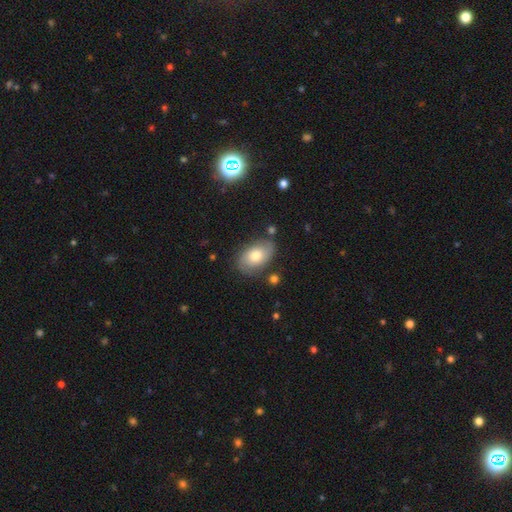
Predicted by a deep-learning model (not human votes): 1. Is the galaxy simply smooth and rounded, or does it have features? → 60% smooth, 33% featured or disk, 8% star or artifact.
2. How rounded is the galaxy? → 88% in between, 10% round, 1% cigar-shaped.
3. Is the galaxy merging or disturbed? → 74% none, 17% minor disturbance, 5% major disturbance, 4% merger.